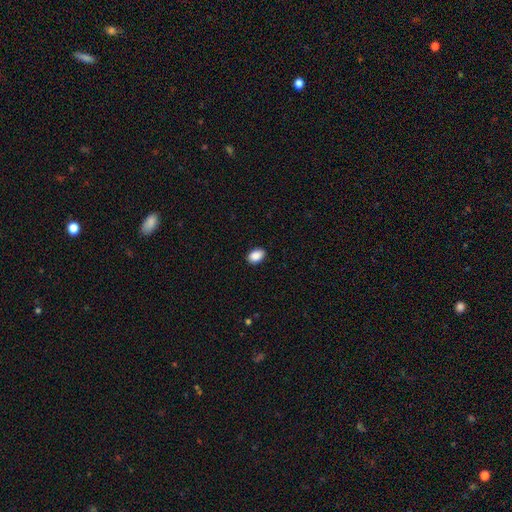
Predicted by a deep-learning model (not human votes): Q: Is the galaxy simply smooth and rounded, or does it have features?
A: smooth — 89%.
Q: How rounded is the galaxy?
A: in between — 85%.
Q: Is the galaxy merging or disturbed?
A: none — 89%.